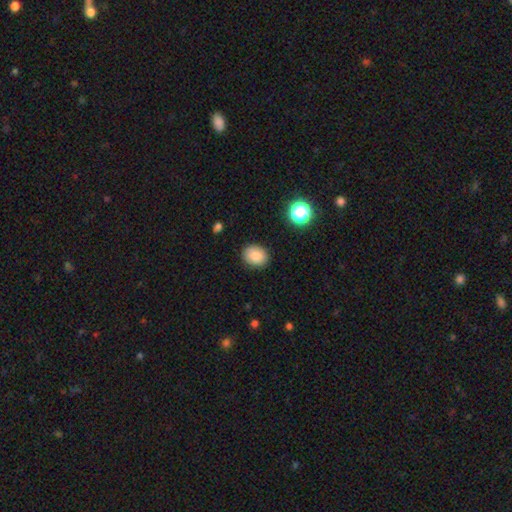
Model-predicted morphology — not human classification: Q: Smooth or featured?
A: smooth (85%); runner-up: star or artifact (10%)
Q: How rounded?
A: in between (53%); runner-up: round (46%)
Q: Merging?
A: none (87%); runner-up: minor disturbance (9%)